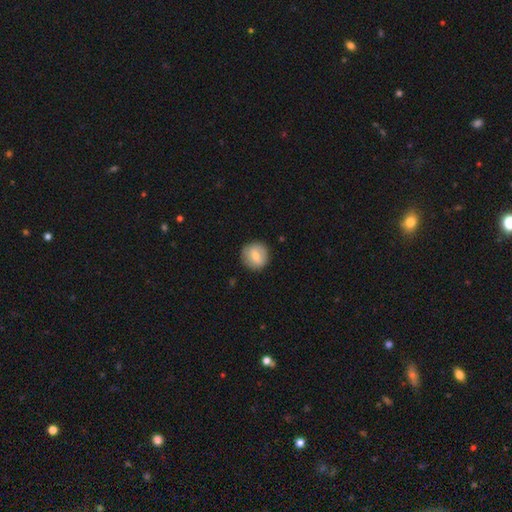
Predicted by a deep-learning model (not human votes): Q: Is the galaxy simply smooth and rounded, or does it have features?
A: smooth — 66%.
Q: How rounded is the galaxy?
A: round — 93%.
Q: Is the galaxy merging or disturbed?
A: none — 87%.